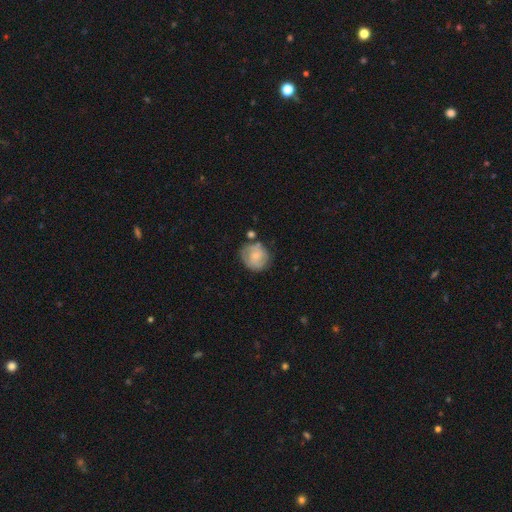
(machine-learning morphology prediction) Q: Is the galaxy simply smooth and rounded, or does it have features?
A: smooth — 48%.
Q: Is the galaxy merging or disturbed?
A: none — 65%.